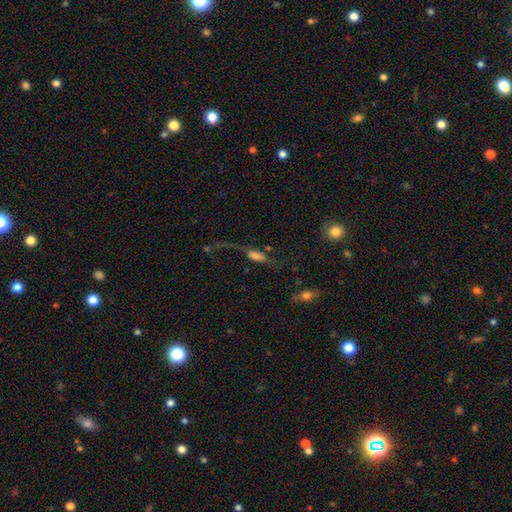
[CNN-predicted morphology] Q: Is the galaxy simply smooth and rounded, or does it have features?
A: smooth — 52%.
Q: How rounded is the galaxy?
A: in between — 60%.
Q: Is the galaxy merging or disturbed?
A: major disturbance — 41%.